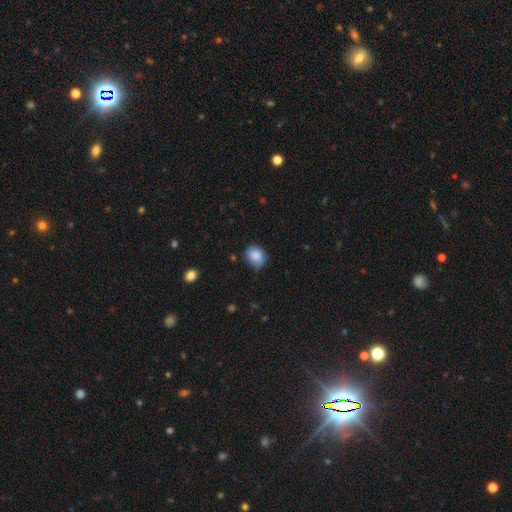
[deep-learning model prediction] Smooth or featured: smooth — 87% (star or artifact — 8%)
How rounded: round — 51% (in between — 48%)
Merging: none — 63% (minor disturbance — 30%)